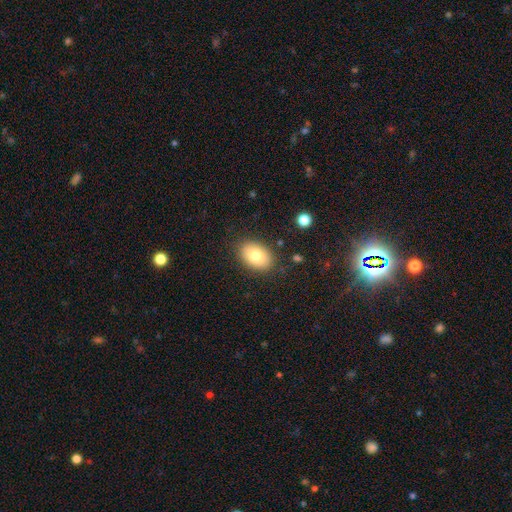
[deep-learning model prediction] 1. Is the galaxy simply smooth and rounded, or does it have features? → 80% smooth, 12% featured or disk, 8% star or artifact.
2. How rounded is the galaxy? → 83% in between, 16% round, 1% cigar-shaped.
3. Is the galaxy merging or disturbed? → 87% none, 9% minor disturbance, 3% major disturbance, 1% merger.